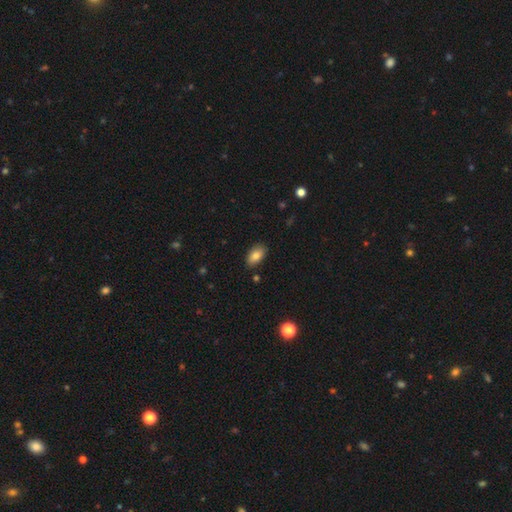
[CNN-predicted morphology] smooth-or-featured: smooth: 82% | featured or disk: 10% | star or artifact: 8%
  how-rounded: in between: 92% | round: 5% | cigar-shaped: 3%
  merging: none: 85% | minor disturbance: 11% | major disturbance: 2% | merger: 2%